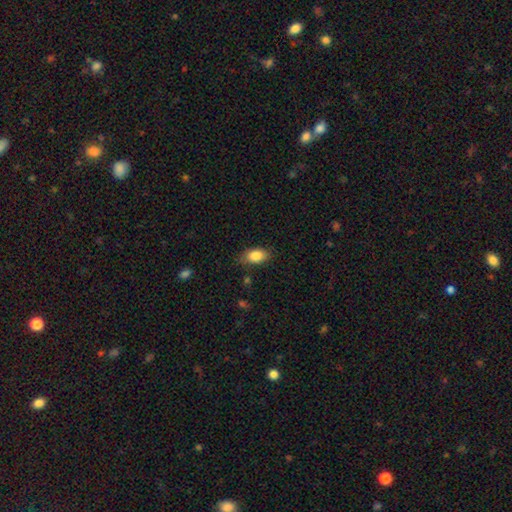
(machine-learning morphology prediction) Smooth or featured? Predicted: smooth (p=0.85). How rounded? Predicted: in between (p=0.90). Merging? Predicted: none (p=0.79).